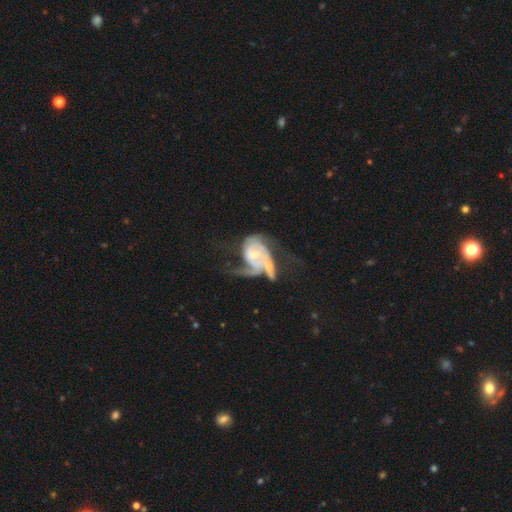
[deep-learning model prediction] This is likely a featured or disk galaxy (77%). It is clearly not viewed edge-on (97%). Bar: likely no (64%). Spiral arm pattern: clearly yes (84%). Spiral arm count: possibly 2 (45%). Spiral winding: marginally medium (36%, tied with loose). Central bulge: possibly small (50%). Merging: marginally major disturbance (38%).